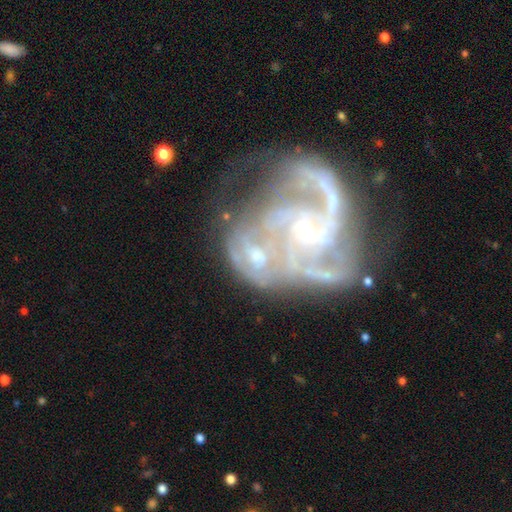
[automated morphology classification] smooth_or_featured: featured or disk (p=0.77) [alt: smooth p=0.14]
disk_edge_on: no (p=0.97) [alt: yes p=0.03]
bar: no (p=0.52) [alt: weak p=0.33]
has_spiral_arms: yes (p=0.80) [alt: no p=0.20]
spiral_winding: tight (p=0.48) [alt: medium p=0.36]
spiral_arm_count: can't tell (p=0.39) [alt: 3 p=0.20]
bulge_size: moderate (p=0.45) [alt: small p=0.35]
merging: merger (p=0.62) [alt: none p=0.15]